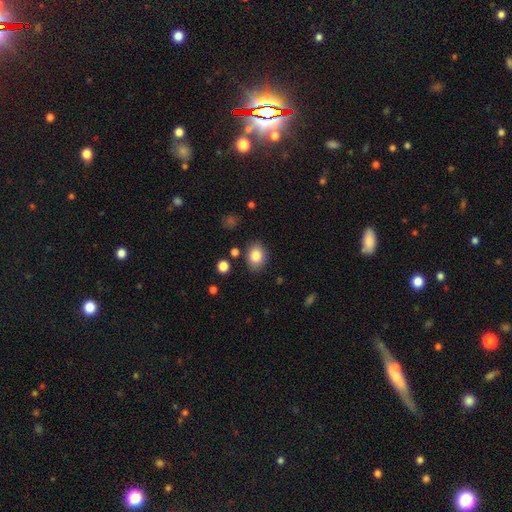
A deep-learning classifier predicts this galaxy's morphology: smooth_or_featured: smooth (p=0.85) [alt: star or artifact p=0.09]
how_rounded: in between (p=0.64) [alt: round p=0.35]
merging: none (p=0.82) [alt: minor disturbance p=0.12]